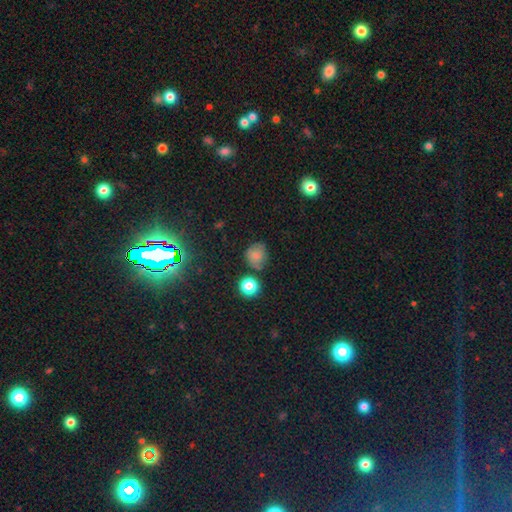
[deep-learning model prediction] Q: Smooth or featured?
A: smooth (72%); runner-up: star or artifact (17%)
Q: How rounded?
A: round (73%); runner-up: in between (26%)
Q: Merging?
A: none (60%); runner-up: minor disturbance (26%)